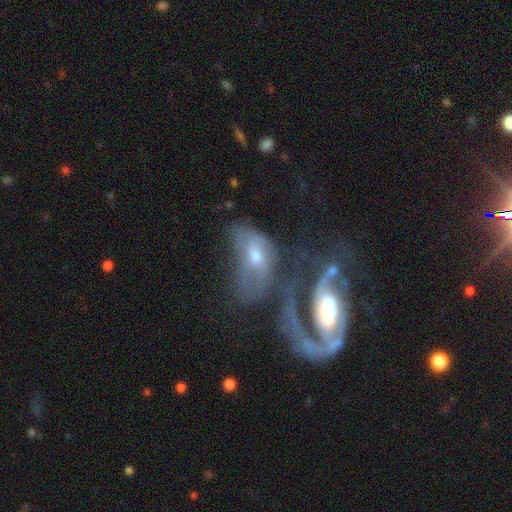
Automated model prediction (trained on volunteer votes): smooth-or-featured: featured or disk: 65% | smooth: 26% | star or artifact: 10%
  disk-edge-on: no: 92% | yes: 8%
    bar: no: 57% | weak: 29% | strong: 13%
    has-spiral-arms: yes: 66% | no: 34%
    bulge-size: moderate: 55% | small: 30% | large: 9% | none: 3% | dominant: 2%
  merging: merger: 48% | major disturbance: 25% | none: 16% | minor disturbance: 11%